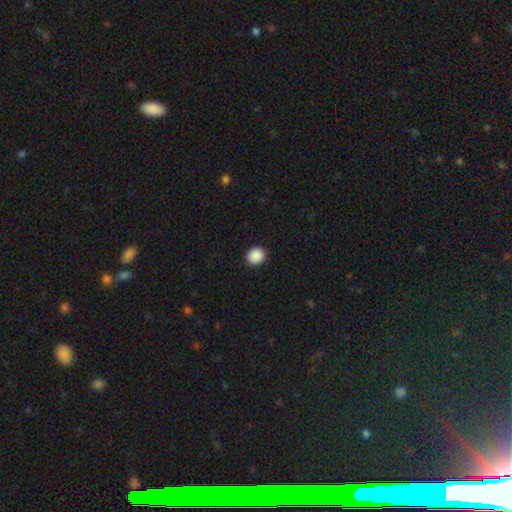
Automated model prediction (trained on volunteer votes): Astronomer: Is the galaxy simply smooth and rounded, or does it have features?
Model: smooth — 89%.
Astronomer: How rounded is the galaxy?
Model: round — 84%.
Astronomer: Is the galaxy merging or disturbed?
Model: none — 92%.